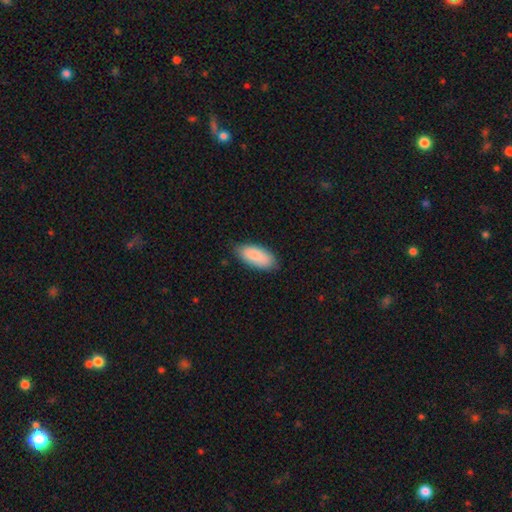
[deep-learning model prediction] Smooth or featured? Predicted: smooth (p=0.88). How rounded? Predicted: in between (p=0.88). Merging? Predicted: none (p=0.82).